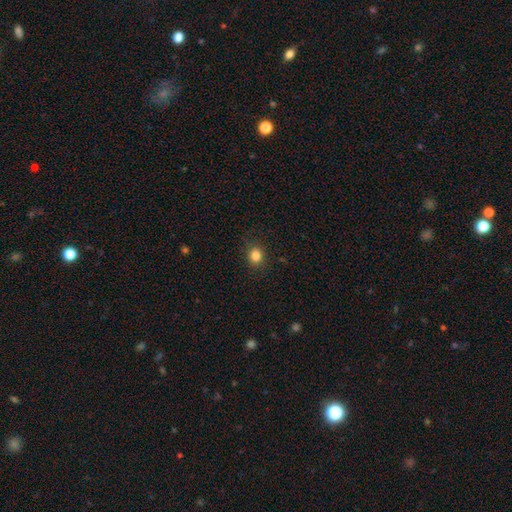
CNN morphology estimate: smooth_or_featured: smooth (p=0.84) [alt: star or artifact p=0.12]
how_rounded: round (p=0.77) [alt: in between p=0.23]
merging: none (p=0.88) [alt: minor disturbance p=0.08]